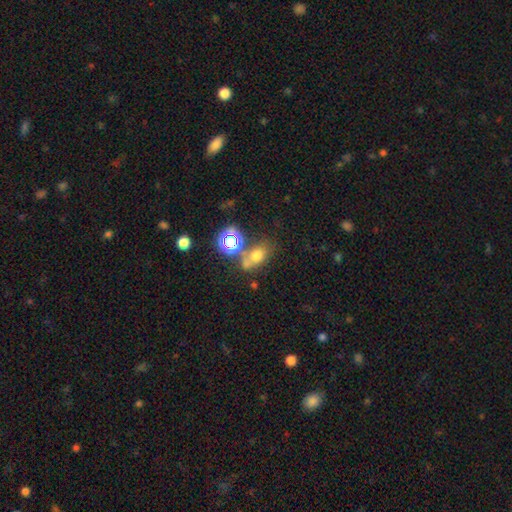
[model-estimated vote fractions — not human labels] Smooth or featured? Predicted: smooth (p=0.62). How rounded? Predicted: in between (p=0.62). Merging? Predicted: none (p=0.51).